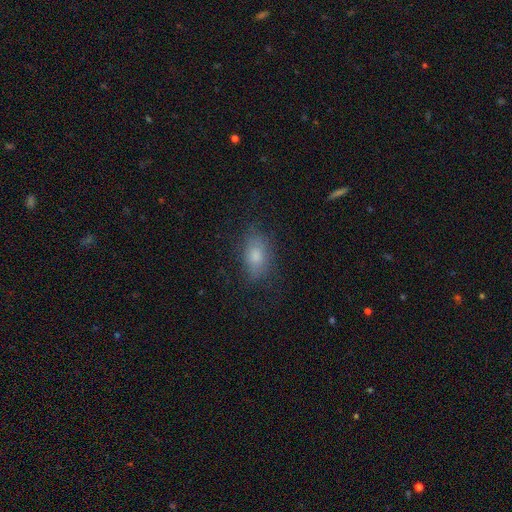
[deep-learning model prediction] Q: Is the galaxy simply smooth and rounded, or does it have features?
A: smooth — 74%.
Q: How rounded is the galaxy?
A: in between — 86%.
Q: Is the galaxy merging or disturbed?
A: none — 72%.